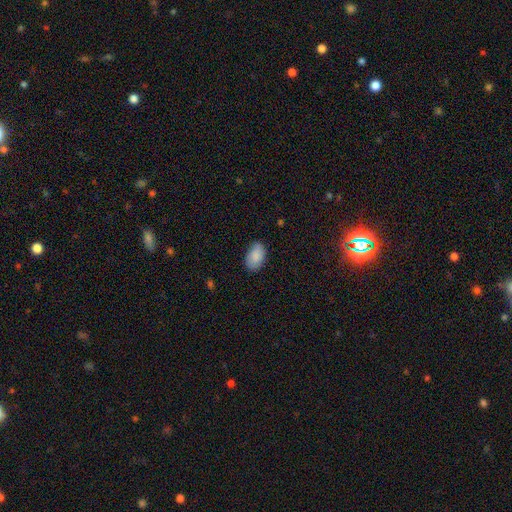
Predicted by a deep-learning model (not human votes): Smooth or featured? Predicted: smooth (p=0.87). How rounded? Predicted: in between (p=0.92). Merging? Predicted: none (p=0.78).